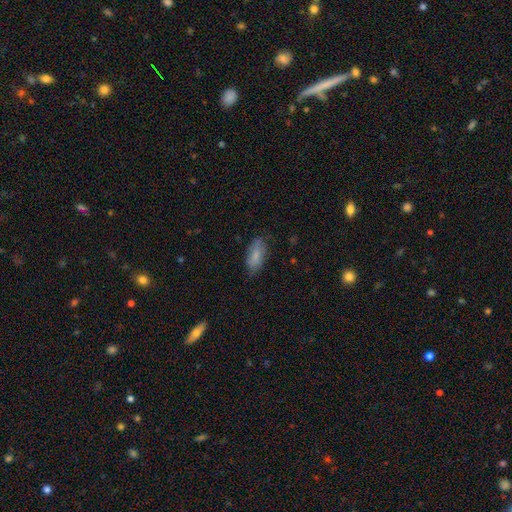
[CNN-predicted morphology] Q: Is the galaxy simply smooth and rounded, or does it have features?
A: smooth — 78%.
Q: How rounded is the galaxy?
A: in between — 84%.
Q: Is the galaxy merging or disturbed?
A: none — 72%.